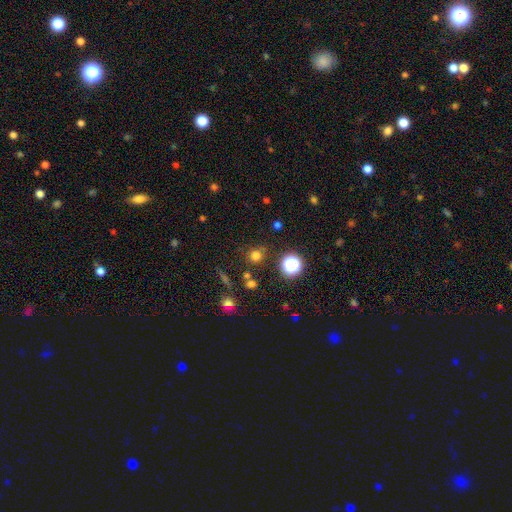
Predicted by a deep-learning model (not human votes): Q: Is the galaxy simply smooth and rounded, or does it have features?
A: smooth — 70%.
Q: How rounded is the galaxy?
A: round — 91%.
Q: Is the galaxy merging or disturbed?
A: none — 78%.